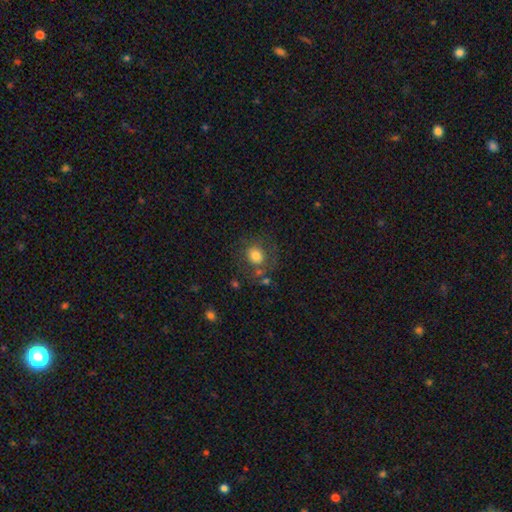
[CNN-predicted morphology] Smooth or featured? Predicted: smooth (p=0.77). How rounded? Predicted: round (p=0.75). Merging? Predicted: none (p=0.67).